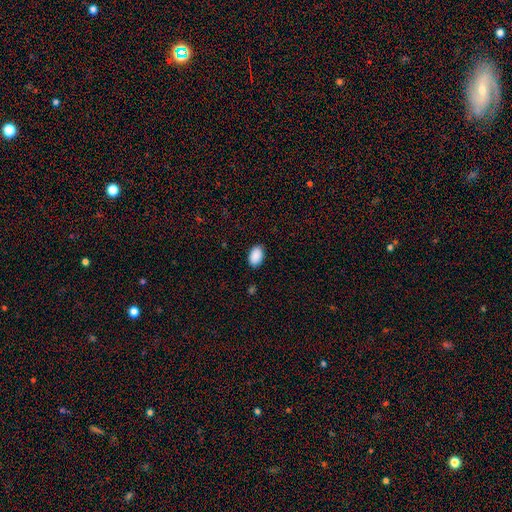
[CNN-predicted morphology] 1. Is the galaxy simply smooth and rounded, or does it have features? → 91% smooth, 7% star or artifact, 3% featured or disk.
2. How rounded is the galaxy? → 93% in between, 6% round, 1% cigar-shaped.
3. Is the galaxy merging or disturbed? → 88% none, 9% minor disturbance, 2% major disturbance, 1% merger.